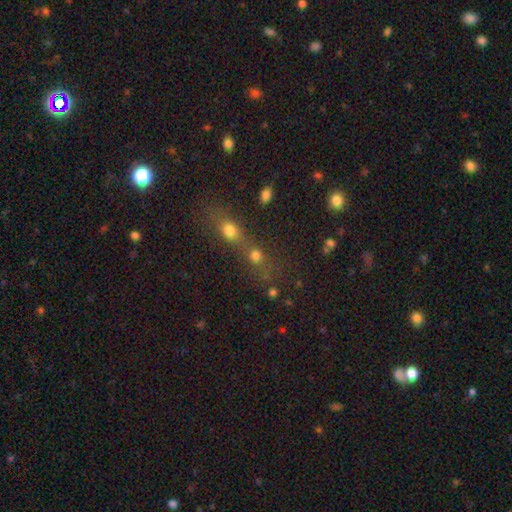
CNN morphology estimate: Q: Smooth or featured?
A: smooth (73%); runner-up: star or artifact (18%)
Q: How rounded?
A: round (77%); runner-up: in between (19%)
Q: Merging?
A: merger (53%); runner-up: none (36%)